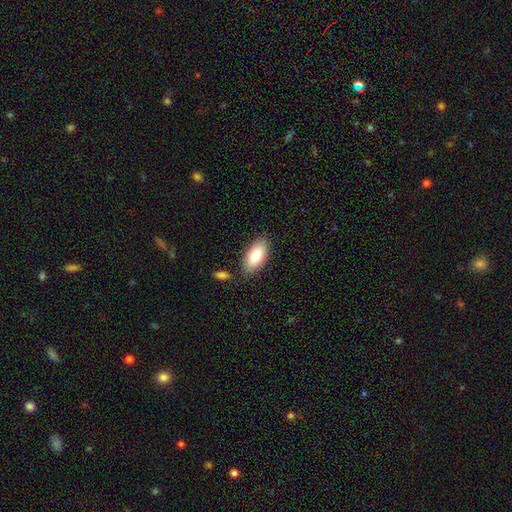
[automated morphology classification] smooth_or_featured: smooth (p=0.82) [alt: featured or disk p=0.12]
how_rounded: in between (p=0.91) [alt: cigar-shaped p=0.07]
merging: none (p=0.82) [alt: minor disturbance p=0.11]